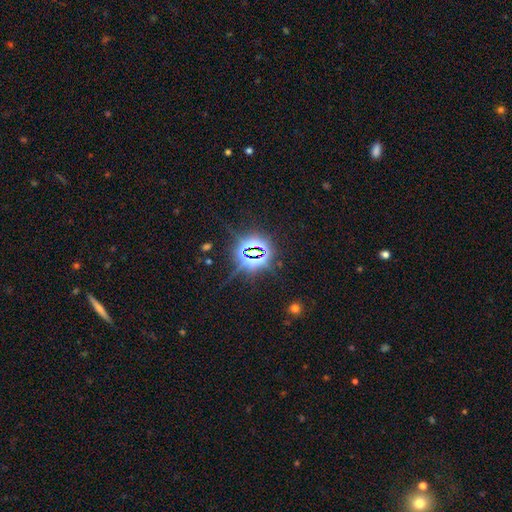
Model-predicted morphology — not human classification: smooth-or-featured: star or artifact: 83% | smooth: 10% | featured or disk: 7%